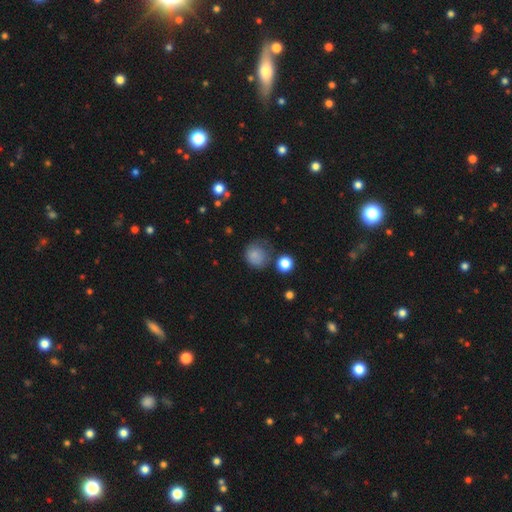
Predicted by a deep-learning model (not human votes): A smooth galaxy with no disk features (81%) that is round (83%). Merging: none (58%).